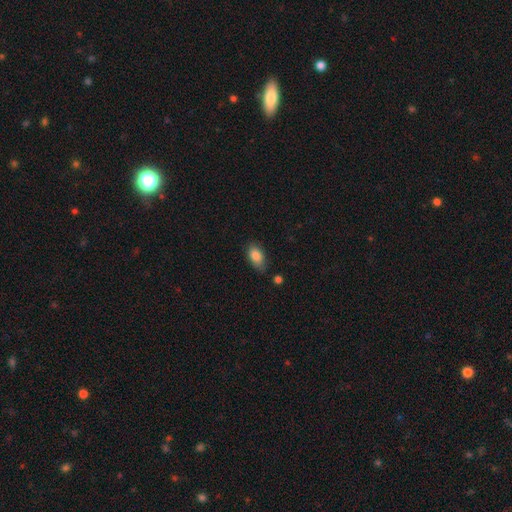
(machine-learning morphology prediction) type=smooth (86%); roundness=in between (90%); merging=none (72%).